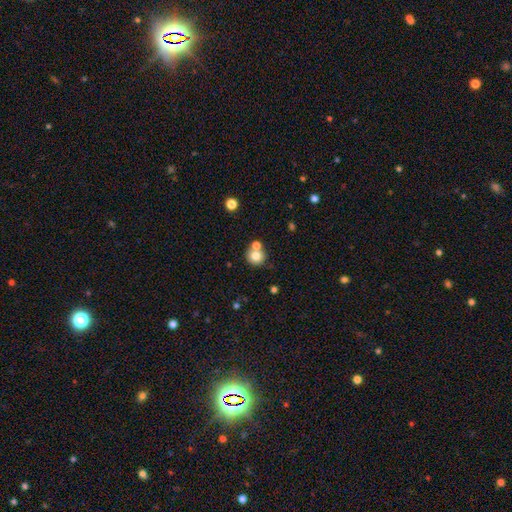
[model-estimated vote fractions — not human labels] This is likely a smooth galaxy (77%). How rounded: clearly round (88%). Merging: possibly none (57%).